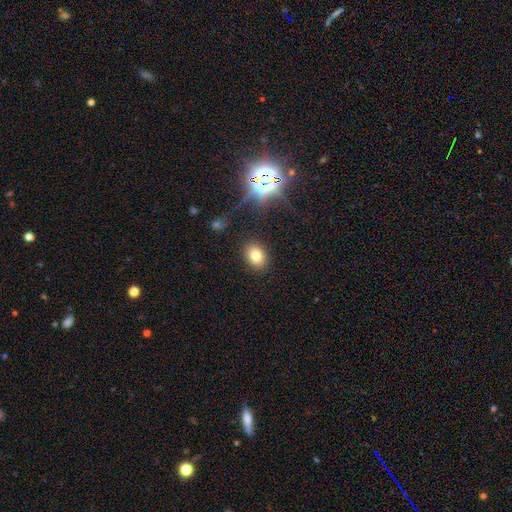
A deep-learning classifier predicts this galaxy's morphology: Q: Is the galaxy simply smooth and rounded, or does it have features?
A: smooth — 76%.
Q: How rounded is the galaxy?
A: in between — 63%.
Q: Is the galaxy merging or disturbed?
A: none — 88%.